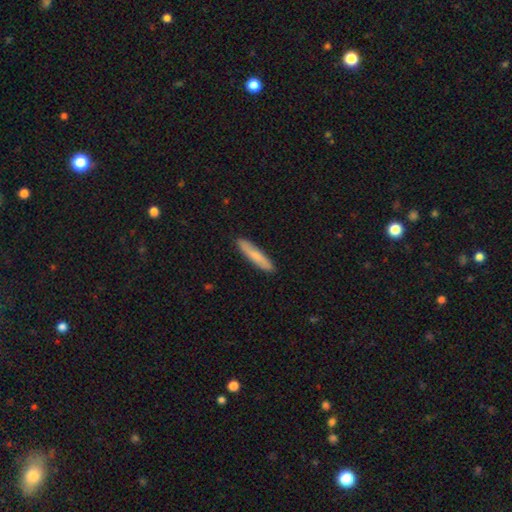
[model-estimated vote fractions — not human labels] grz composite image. It shows a smooth galaxy with no disk features (75%) that is cigar-shaped (90%). Merging: none (90%).